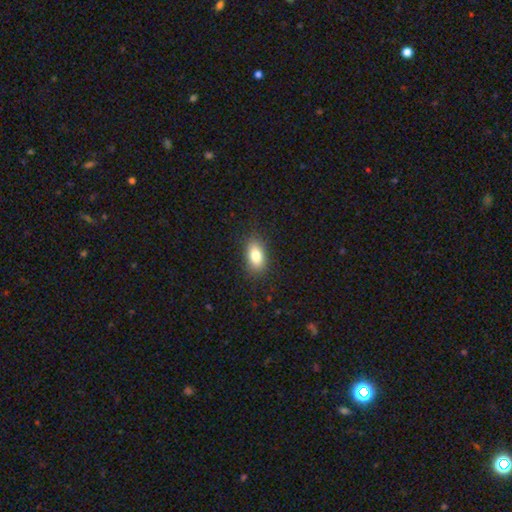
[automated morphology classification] Smooth or featured: smooth — 82% (featured or disk — 9%)
How rounded: in between — 88% (round — 8%)
Merging: none — 85% (minor disturbance — 11%)